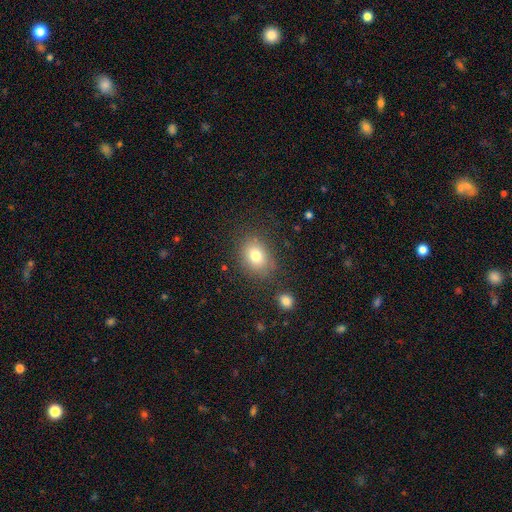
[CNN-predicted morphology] Smooth or featured: smooth — 78% (featured or disk — 12%)
How rounded: in between — 58% (round — 41%)
Merging: none — 78% (minor disturbance — 13%)